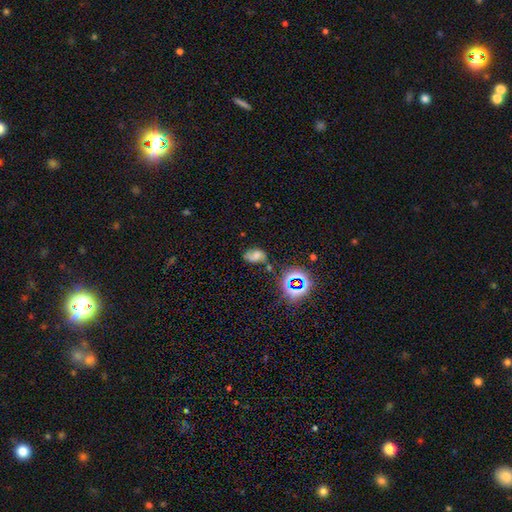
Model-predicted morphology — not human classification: Smooth or featured: featured or disk — 44% (smooth — 34%)
Merging: none — 58% (minor disturbance — 24%)